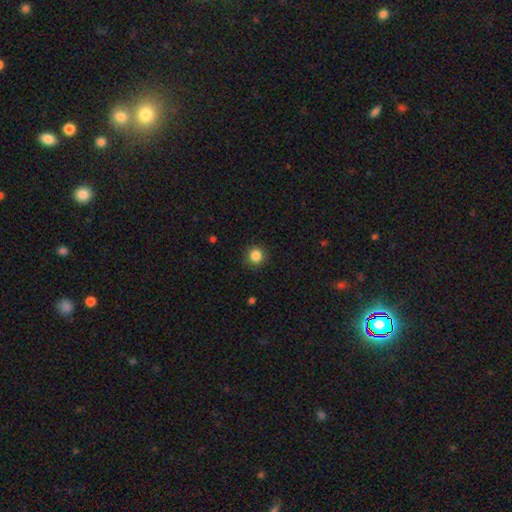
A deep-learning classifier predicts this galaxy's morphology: Smooth or featured: smooth — 86% (star or artifact — 11%)
How rounded: round — 94% (in between — 5%)
Merging: none — 91% (minor disturbance — 6%)